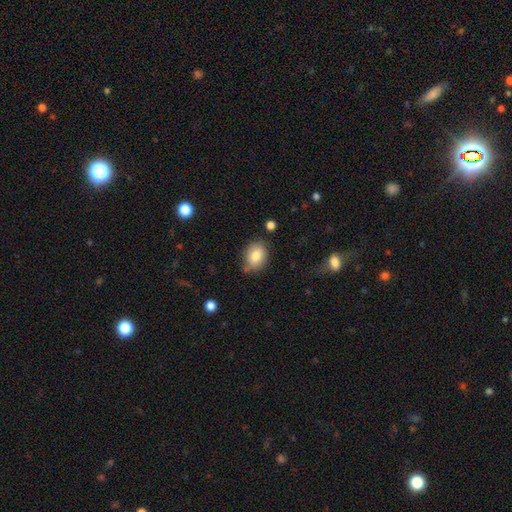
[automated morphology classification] smooth_or_featured: smooth (p=0.81) [alt: featured or disk p=0.10]
how_rounded: in between (p=0.67) [alt: round p=0.32]
merging: none (p=0.73) [alt: minor disturbance p=0.18]